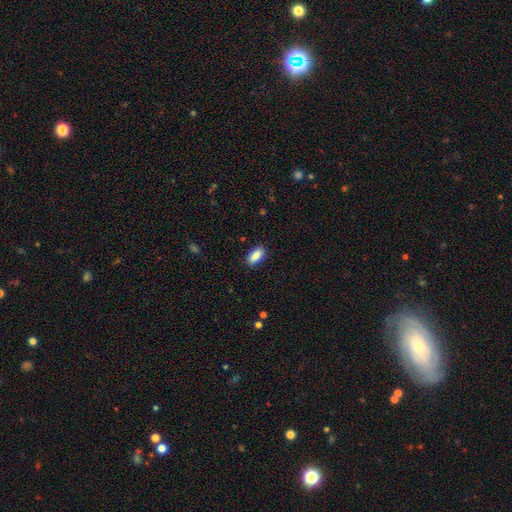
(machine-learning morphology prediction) smooth 88%, star or artifact 7%, featured or disk 5%. Down the decision tree: how rounded — in between (90%); merging — none (88%).